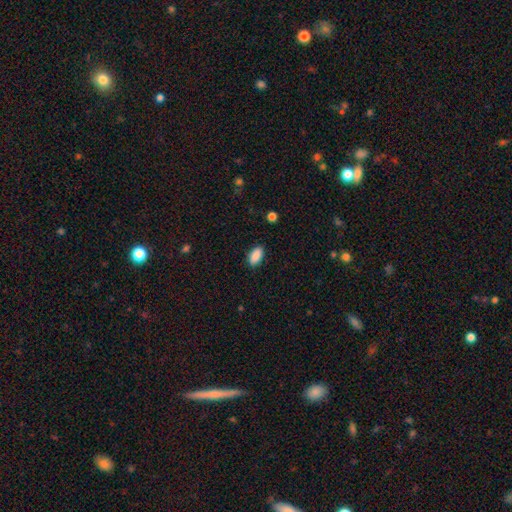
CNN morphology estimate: type=smooth (89%); roundness=in between (93%); merging=none (88%).